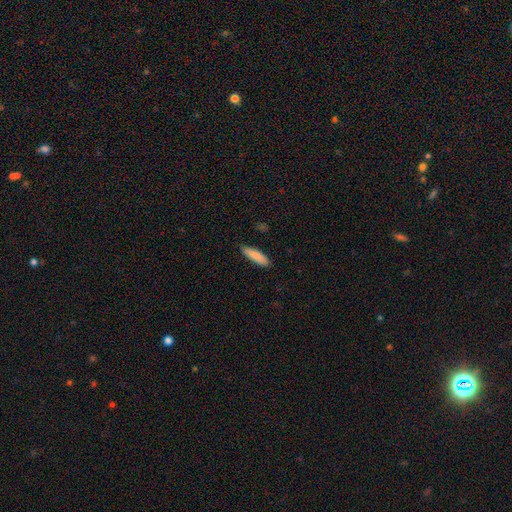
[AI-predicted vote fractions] Smooth or featured? Predicted: smooth (p=0.87). How rounded? Predicted: cigar-shaped (p=0.68). Merging? Predicted: none (p=0.85).